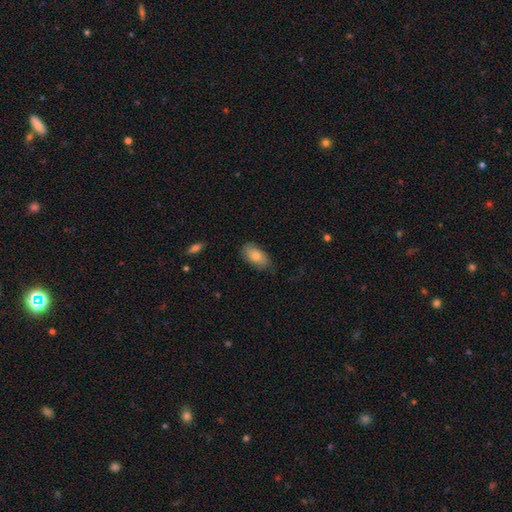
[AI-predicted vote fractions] smooth 79%, featured or disk 14%, star or artifact 7%. Down the decision tree: how rounded — in between (92%); merging — none (73%).